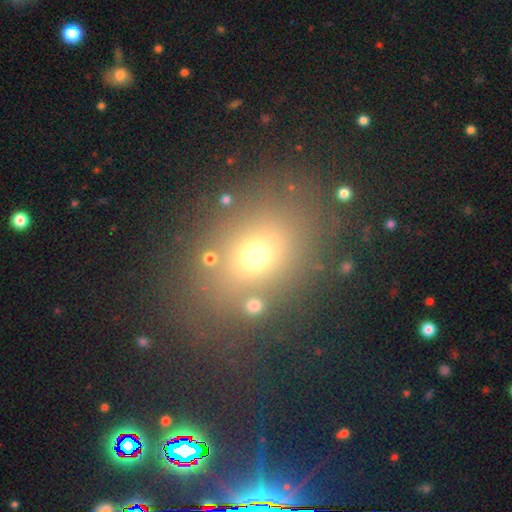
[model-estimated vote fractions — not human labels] A smooth galaxy with no disk features (64%) that is in between round and cigar-shaped (50%). Merging: none (76%).